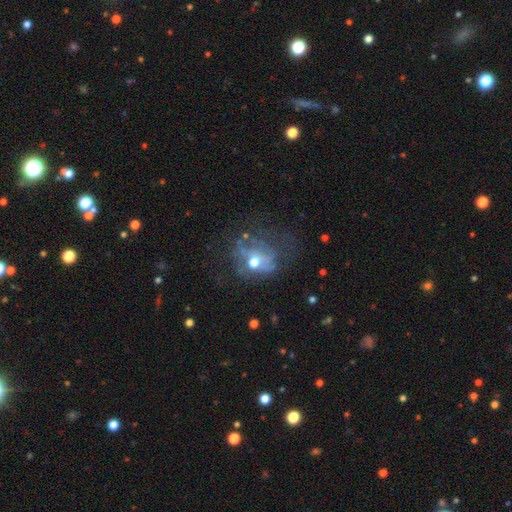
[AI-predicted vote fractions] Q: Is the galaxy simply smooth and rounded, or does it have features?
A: featured or disk — 55%.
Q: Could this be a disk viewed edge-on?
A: no — 95%.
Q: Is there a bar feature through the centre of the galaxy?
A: no — 76%.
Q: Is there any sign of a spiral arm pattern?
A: no — 71%.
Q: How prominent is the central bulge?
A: moderate — 65%.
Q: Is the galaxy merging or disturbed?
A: none — 43%.